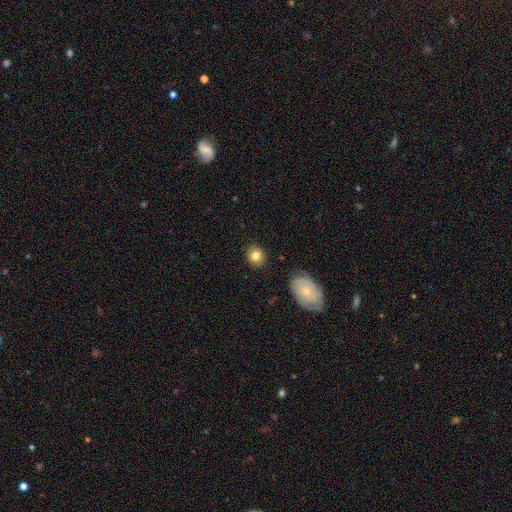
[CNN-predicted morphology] smooth-or-featured: smooth: 80% | featured or disk: 11% | star or artifact: 9%
  how-rounded: round: 71% | in between: 28% | cigar-shaped: 1%
  merging: none: 87% | minor disturbance: 9% | major disturbance: 2% | merger: 2%